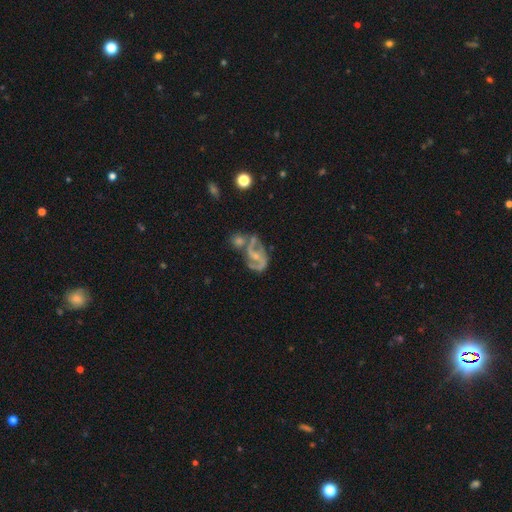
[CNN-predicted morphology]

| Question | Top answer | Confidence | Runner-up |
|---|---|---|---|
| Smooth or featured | featured or disk | 84% | smooth (9%) |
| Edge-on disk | no | 97% | yes (3%) |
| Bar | weak | 44% | no (39%) |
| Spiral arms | yes | 92% | no (8%) |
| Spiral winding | medium | 50% | loose (33%) |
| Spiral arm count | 2 | 83% | can't tell (6%) |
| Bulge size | small | 60% | moderate (31%) |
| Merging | none | 38% | merger (30%) |